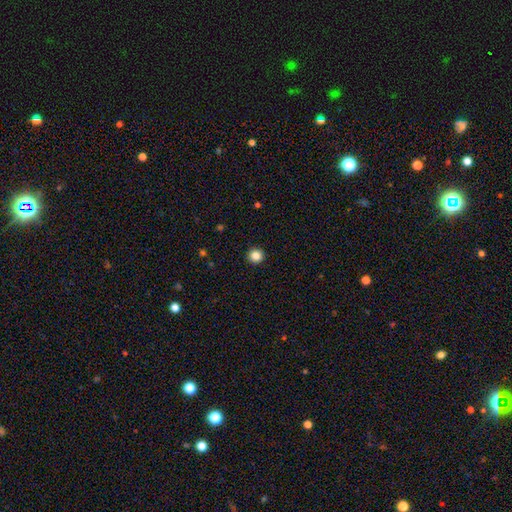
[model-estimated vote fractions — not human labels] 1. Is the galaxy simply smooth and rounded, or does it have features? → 85% smooth, 11% star or artifact, 4% featured or disk.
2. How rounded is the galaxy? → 95% round, 4% in between, 1% cigar-shaped.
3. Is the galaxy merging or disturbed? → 93% none, 4% minor disturbance, 1% major disturbance, 1% merger.